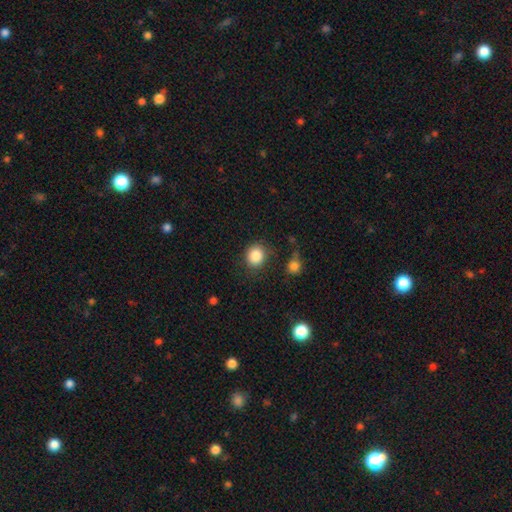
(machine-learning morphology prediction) smooth 86%, star or artifact 9%, featured or disk 5%. Down the decision tree: how rounded — round (79%); merging — none (80%).